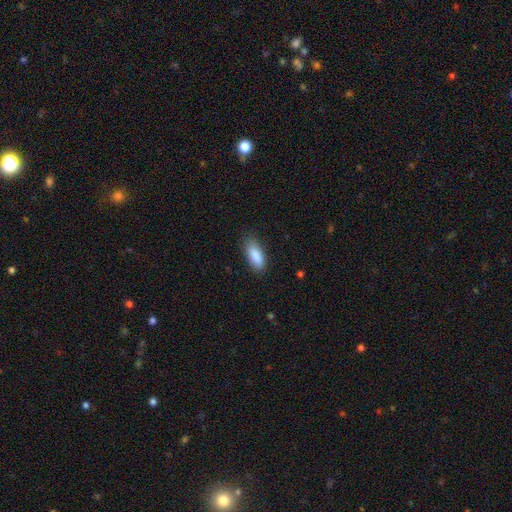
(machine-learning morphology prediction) type=smooth (88%); roundness=in between (79%); merging=none (77%).